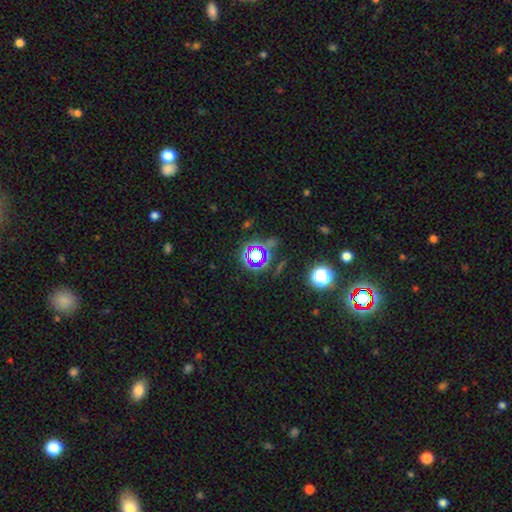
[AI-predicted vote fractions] star or artifact 64%, smooth 23%, featured or disk 13%.